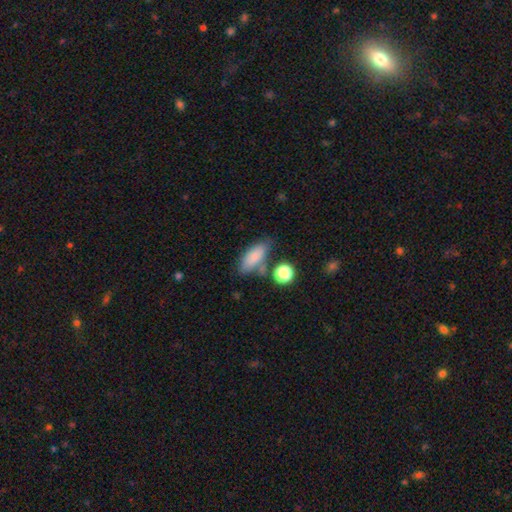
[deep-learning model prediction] Q: Smooth or featured?
A: smooth (82%); runner-up: featured or disk (9%)
Q: How rounded?
A: in between (79%); runner-up: cigar-shaped (16%)
Q: Merging?
A: none (62%); runner-up: minor disturbance (18%)